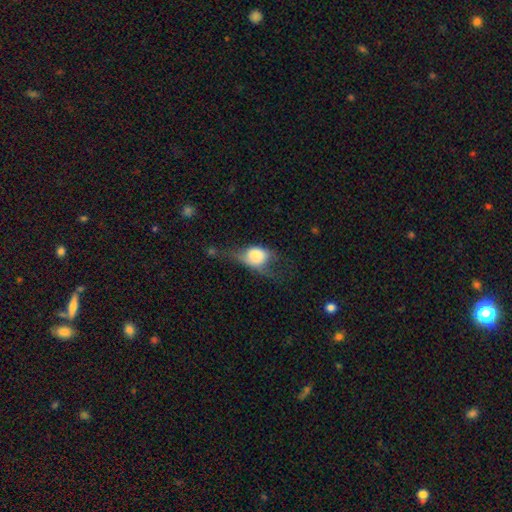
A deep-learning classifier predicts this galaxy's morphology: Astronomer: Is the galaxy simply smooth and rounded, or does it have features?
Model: smooth — 60%.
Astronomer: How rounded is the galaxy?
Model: in between — 59% (runner-up: round, 37%).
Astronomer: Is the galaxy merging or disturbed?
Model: major disturbance — 38% (runner-up: minor disturbance, 30%).